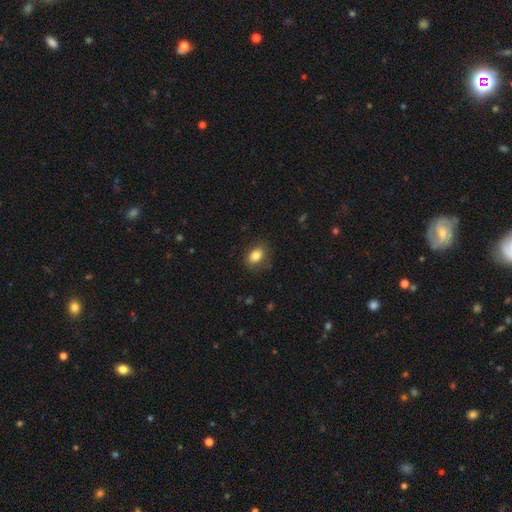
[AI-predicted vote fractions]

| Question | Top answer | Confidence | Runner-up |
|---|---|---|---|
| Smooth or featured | smooth | 84% | star or artifact (9%) |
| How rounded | in between | 78% | round (21%) |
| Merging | none | 81% | minor disturbance (14%) |